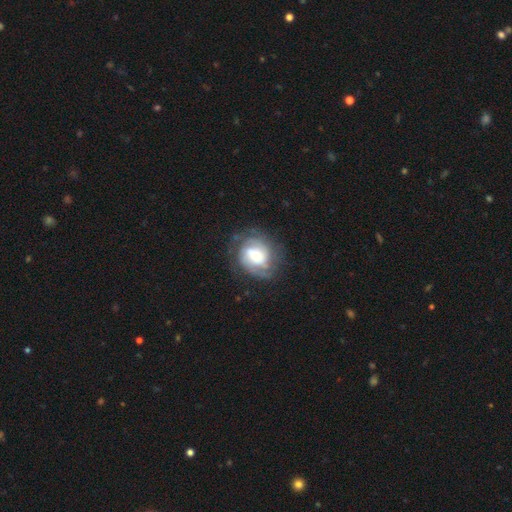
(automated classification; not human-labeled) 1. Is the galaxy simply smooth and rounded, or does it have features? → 75% featured or disk, 18% smooth, 6% star or artifact.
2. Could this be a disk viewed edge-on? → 97% no, 3% yes.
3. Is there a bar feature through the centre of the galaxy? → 54% no, 35% weak, 11% strong.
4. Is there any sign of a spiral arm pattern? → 90% yes, 10% no.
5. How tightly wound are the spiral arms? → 54% tight, 34% medium, 12% loose.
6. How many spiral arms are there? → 45% 2, 27% can't tell, 15% 3, 5% 1, 4% 4, 4% more than 4.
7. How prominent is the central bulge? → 54% moderate, 28% small, 15% large, 2% dominant, 1% none.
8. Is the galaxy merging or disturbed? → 70% none, 17% minor disturbance, 11% major disturbance, 1% merger.